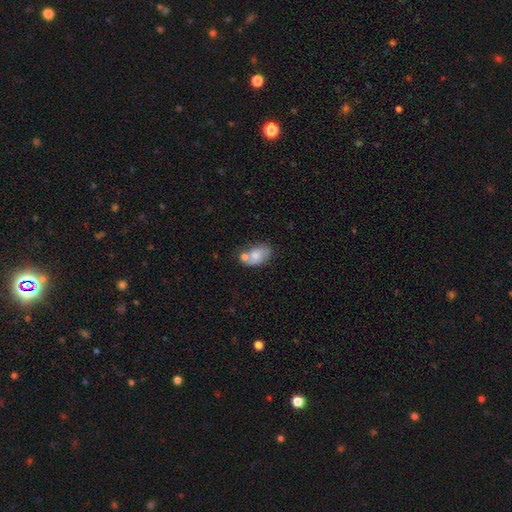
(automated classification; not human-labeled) smooth-or-featured: smooth: 72% | featured or disk: 20% | star or artifact: 8%
  how-rounded: in between: 88% | round: 10% | cigar-shaped: 2%
  merging: none: 41% | merger: 31% | minor disturbance: 21% | major disturbance: 8%